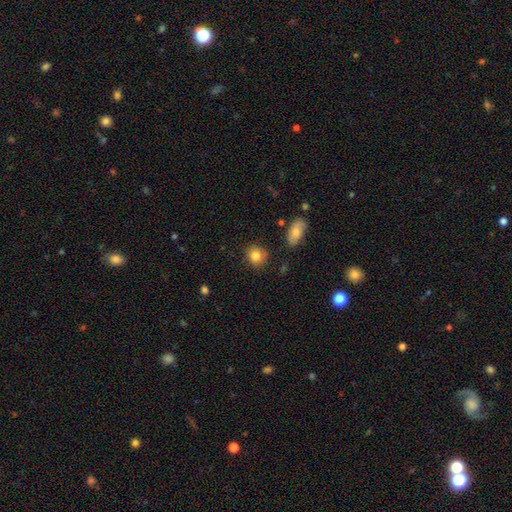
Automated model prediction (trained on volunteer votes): smooth-or-featured: smooth: 83% | star or artifact: 9% | featured or disk: 8%
  how-rounded: round: 80% | in between: 19% | cigar-shaped: 1%
  merging: none: 83% | minor disturbance: 12% | merger: 3% | major disturbance: 3%